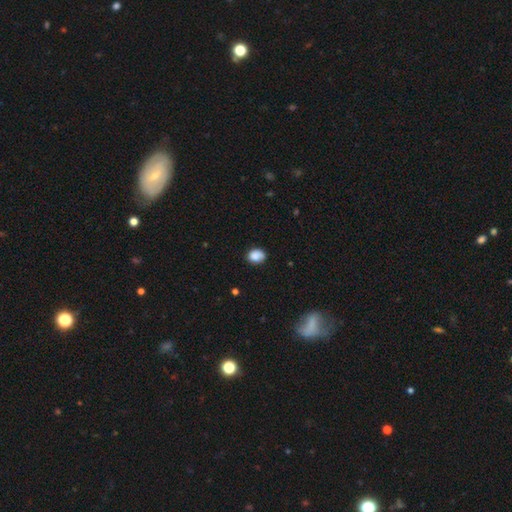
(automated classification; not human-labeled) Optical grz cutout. It shows a smooth galaxy with no disk features (86%) that is round (50%). Merging: none (77%).